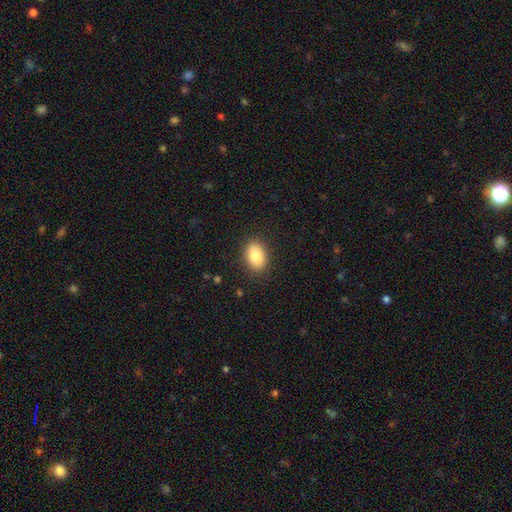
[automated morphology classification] Smooth or featured? Predicted: smooth (p=0.83). How rounded? Predicted: in between (p=0.82). Merging? Predicted: none (p=0.88).